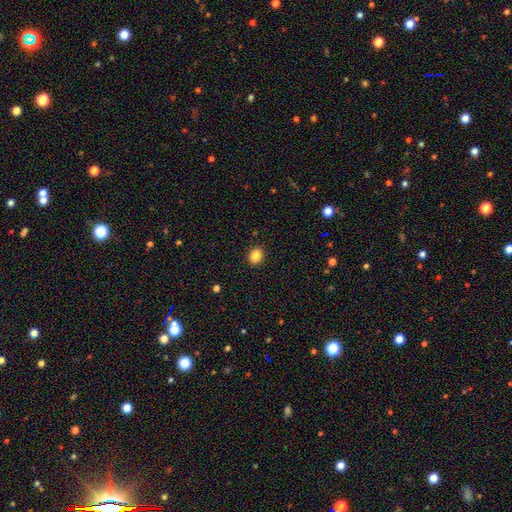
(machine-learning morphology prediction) Smooth or featured? Predicted: smooth (p=0.84). How rounded? Predicted: in between (p=0.54). Merging? Predicted: none (p=0.90).